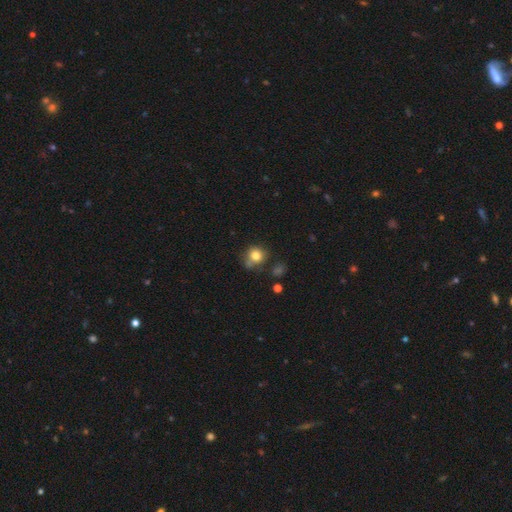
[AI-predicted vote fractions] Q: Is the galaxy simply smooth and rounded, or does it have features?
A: smooth — 80%.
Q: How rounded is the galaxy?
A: round — 82%.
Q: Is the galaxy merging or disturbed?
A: none — 61%.